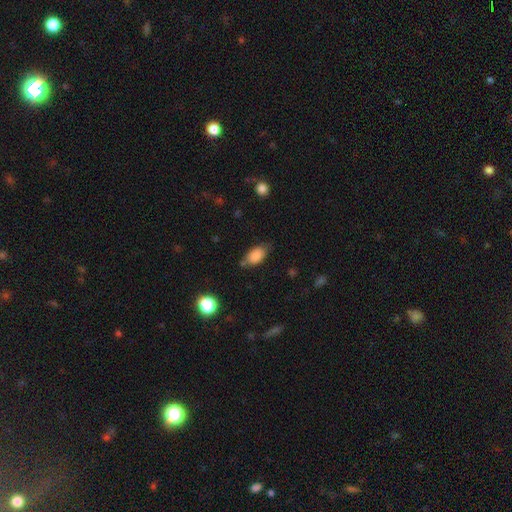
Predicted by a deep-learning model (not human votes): A smooth galaxy with no disk features (85%) that is in between round and cigar-shaped (90%). Merging: none (64%).